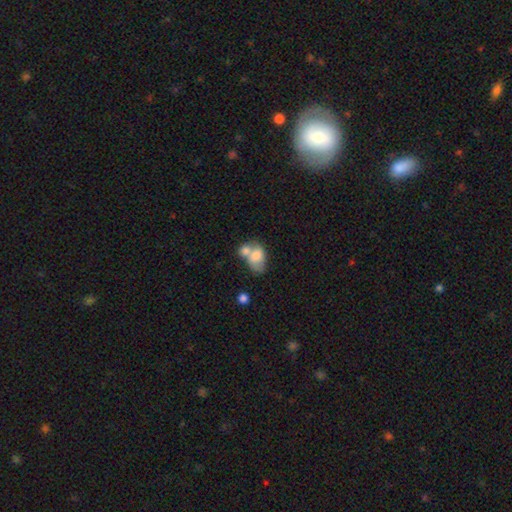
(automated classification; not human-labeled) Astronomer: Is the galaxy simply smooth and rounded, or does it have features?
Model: smooth — 72%.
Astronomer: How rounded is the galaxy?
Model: in between — 77%.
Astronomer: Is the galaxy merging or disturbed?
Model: merger — 65%.